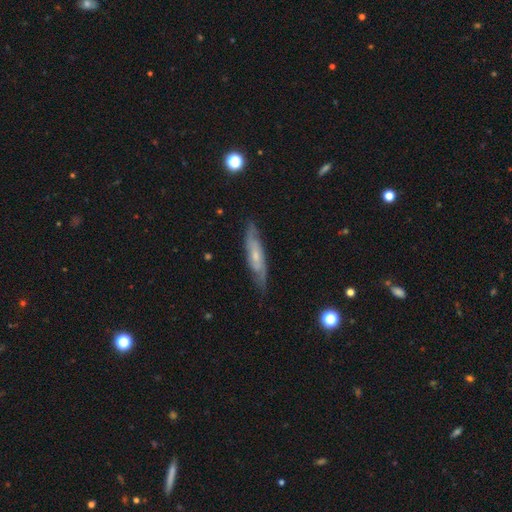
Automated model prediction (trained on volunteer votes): Morphology: type=featured or disk (63%); edge-on=no (55%); merging=none (77%).